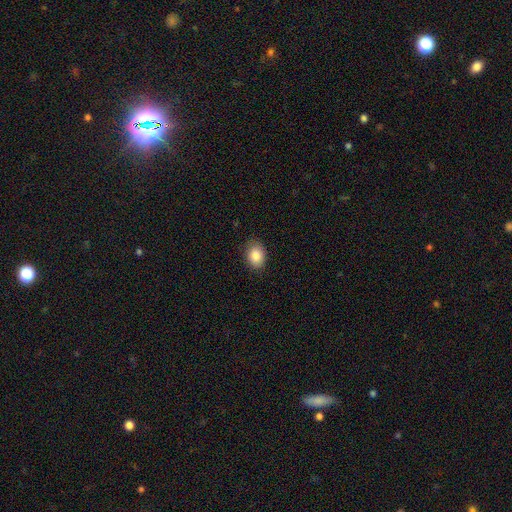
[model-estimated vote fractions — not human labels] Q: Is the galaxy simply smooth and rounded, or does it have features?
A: smooth — 86%.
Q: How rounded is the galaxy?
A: in between — 69%.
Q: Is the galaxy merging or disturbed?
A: none — 85%.